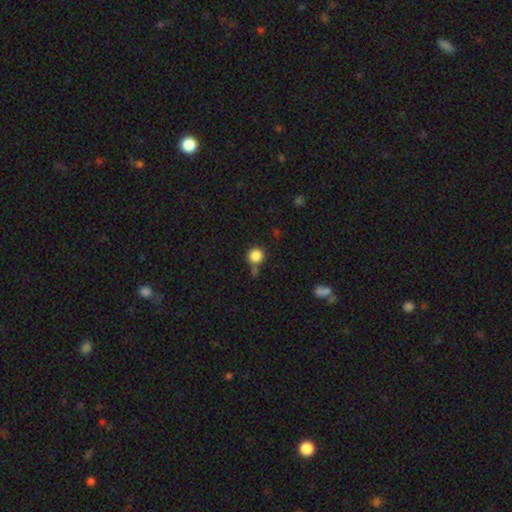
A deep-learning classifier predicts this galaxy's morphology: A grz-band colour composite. It shows a smooth galaxy with no disk features (85%) that is round (93%). Merging: none (66%).